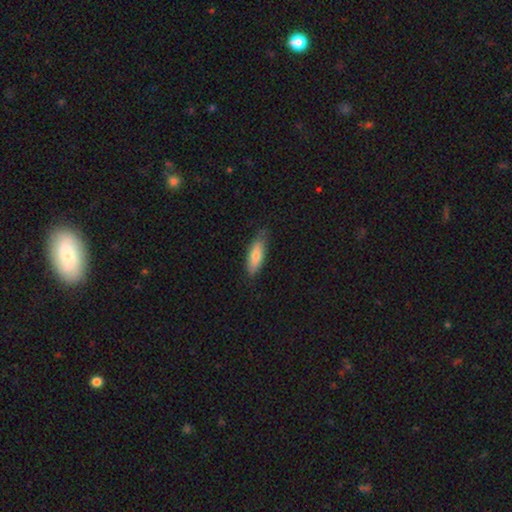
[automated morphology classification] The model was most divided on "how rounded": in between: 62%, cigar-shaped: 36%, round: 2%. More confident: smooth or featured — smooth (75%); merging — none (74%).